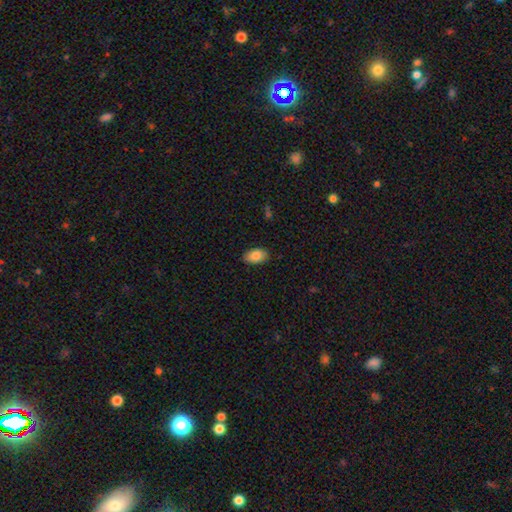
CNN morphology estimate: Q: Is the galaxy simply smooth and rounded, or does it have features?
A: smooth — 85%.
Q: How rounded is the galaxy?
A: in between — 91%.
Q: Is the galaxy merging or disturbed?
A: none — 85%.